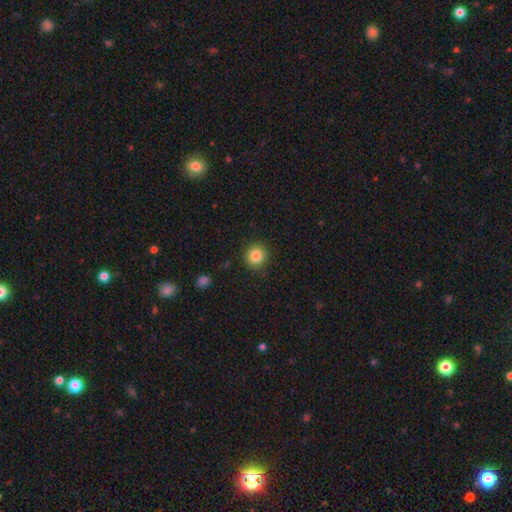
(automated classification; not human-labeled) Smooth or featured? Predicted: smooth (p=0.85). How rounded? Predicted: round (p=0.93). Merging? Predicted: none (p=0.90).